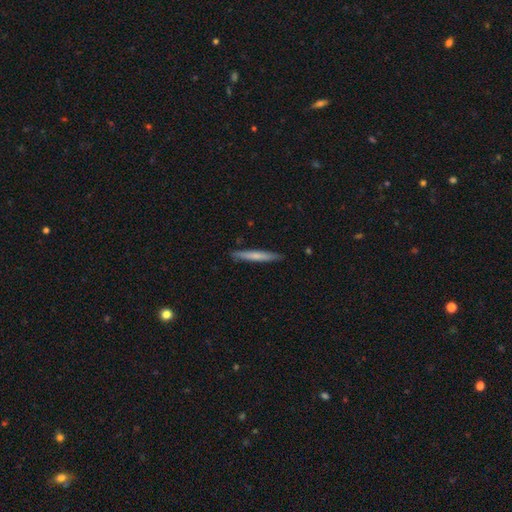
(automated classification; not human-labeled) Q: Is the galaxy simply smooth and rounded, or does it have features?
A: smooth — 64%.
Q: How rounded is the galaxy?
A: cigar-shaped — 95%.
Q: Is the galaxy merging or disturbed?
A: none — 89%.